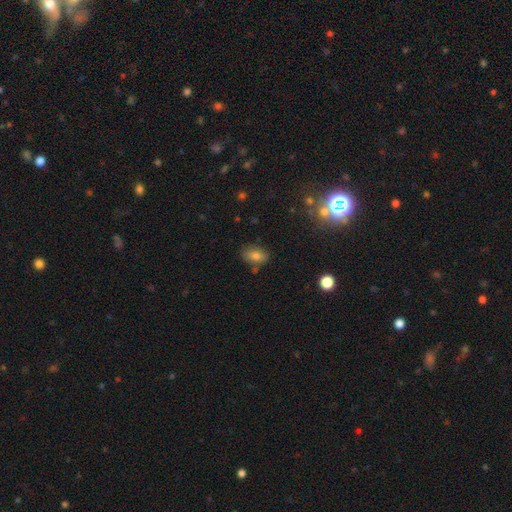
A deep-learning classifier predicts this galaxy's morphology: Smooth or featured?
  - smooth: 77% *
  - star or artifact: 12%
  - featured or disk: 11%
How rounded?
  - in between: 87% *
  - round: 11%
  - cigar-shaped: 2%
Merging?
  - none: 78% *
  - minor disturbance: 14%
  - merger: 5%
  - major disturbance: 3%